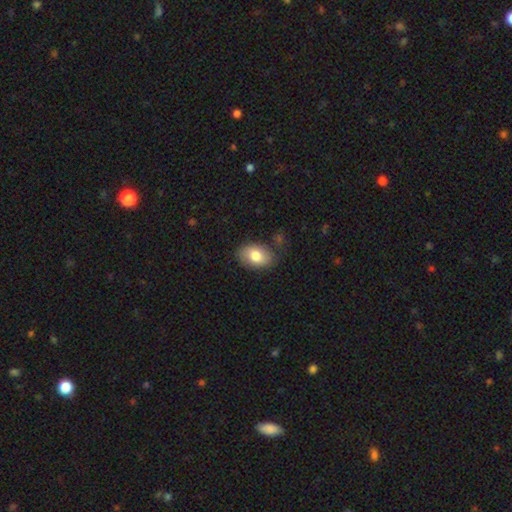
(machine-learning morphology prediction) Smooth or featured: smooth — 79% (featured or disk — 14%)
How rounded: in between — 85% (round — 14%)
Merging: none — 80% (minor disturbance — 14%)